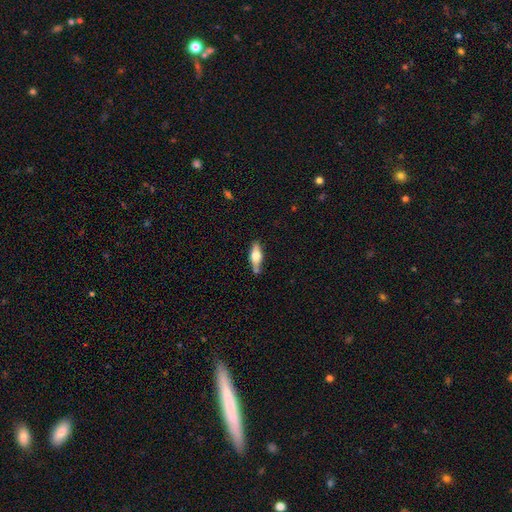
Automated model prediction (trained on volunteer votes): Q: Smooth or featured?
A: smooth (55%); runner-up: featured or disk (38%)
Q: How rounded?
A: in between (60%); runner-up: cigar-shaped (37%)
Q: Merging?
A: none (72%); runner-up: minor disturbance (17%)